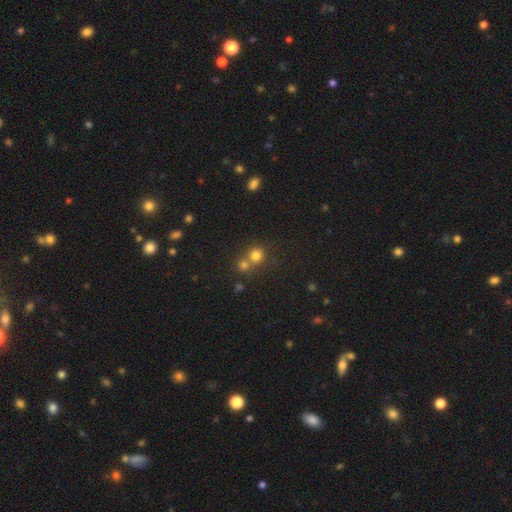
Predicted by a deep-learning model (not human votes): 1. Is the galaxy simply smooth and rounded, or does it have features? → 75% smooth, 16% star or artifact, 9% featured or disk.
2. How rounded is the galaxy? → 89% round, 10% in between, 1% cigar-shaped.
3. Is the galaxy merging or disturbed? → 49% none, 42% merger, 6% minor disturbance, 3% major disturbance.